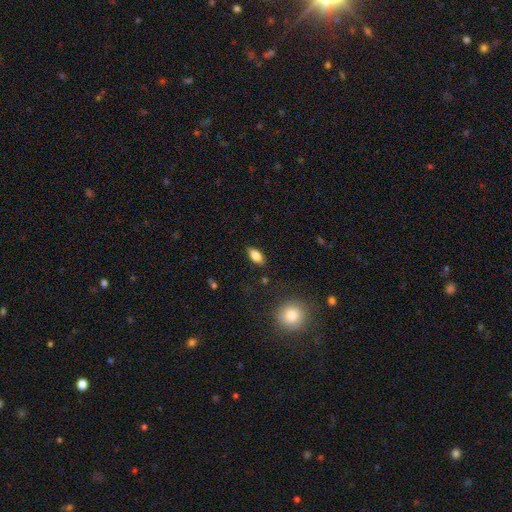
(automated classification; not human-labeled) smooth-or-featured: smooth: 81% | featured or disk: 11% | star or artifact: 8%
  how-rounded: in between: 87% | cigar-shaped: 10% | round: 4%
  merging: none: 85% | minor disturbance: 11% | major disturbance: 3% | merger: 2%